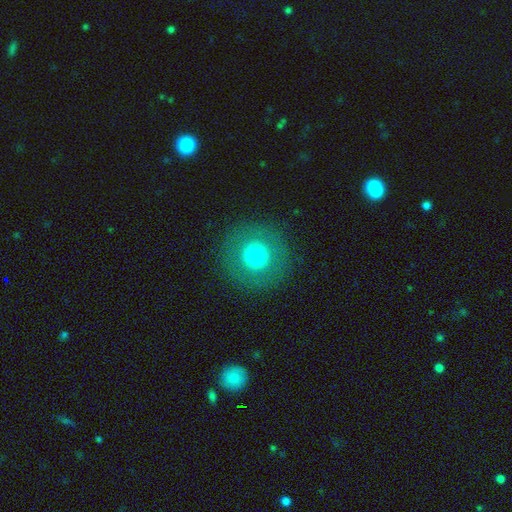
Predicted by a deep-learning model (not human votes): Morphology: type=smooth (69%); roundness=round (95%); merging=none (88%).